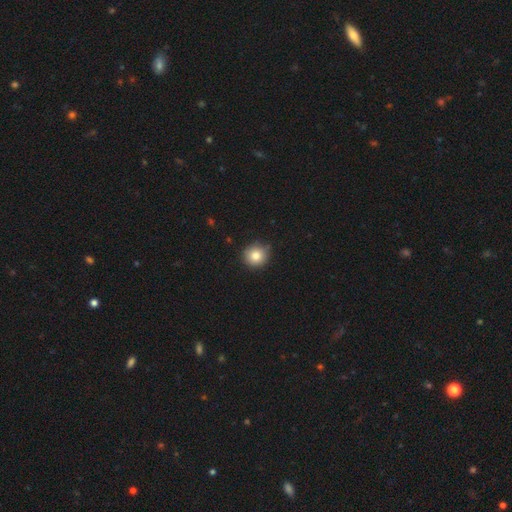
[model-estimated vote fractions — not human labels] Overall: smooth (82%). How rounded: round (90%). Merging: none (81%).